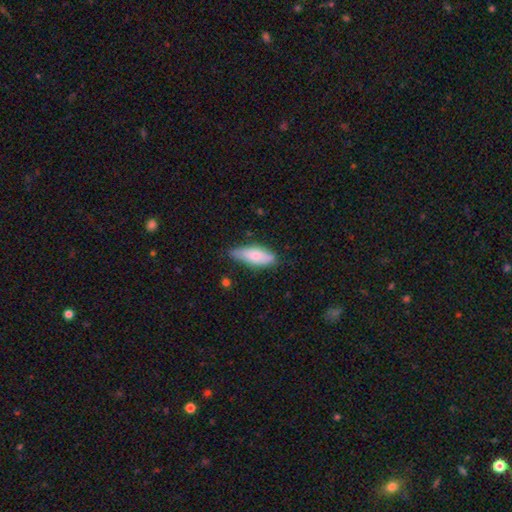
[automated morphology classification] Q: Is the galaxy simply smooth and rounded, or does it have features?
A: smooth — 74%.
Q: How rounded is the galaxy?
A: in between — 65%.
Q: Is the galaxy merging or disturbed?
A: none — 67%.